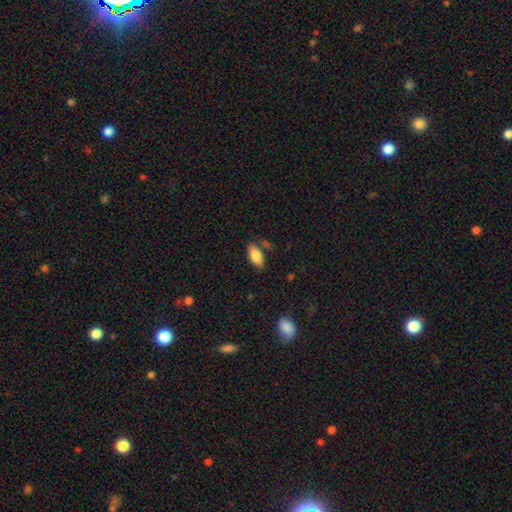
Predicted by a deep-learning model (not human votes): This appears to be a smooth galaxy with no disk features (84%) that is in between round and cigar-shaped (87%). Merging: none (76%).